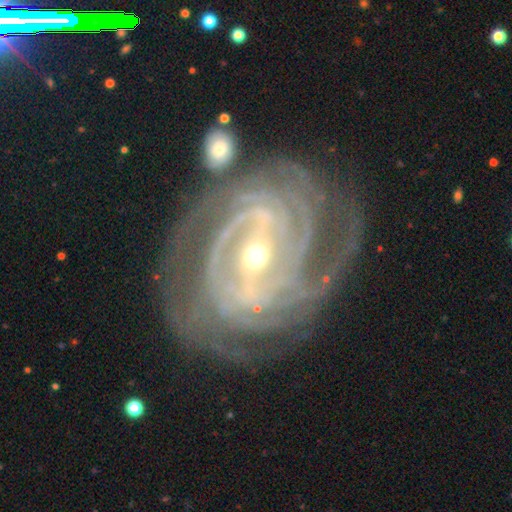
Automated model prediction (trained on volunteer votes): A featured or disk galaxy (92%) with a strong bar (50%), 4 (27%) tight (79%) spiral arms (98%) and a small central bulge (56%).

Vote fractions:
- Smooth or featured? featured or disk: 92% / star or artifact: 5% / smooth: 3%
- Edge-on disk? no: 97% / yes: 3%
- Bar? strong: 50% / weak: 35% / no: 14%
- Spiral arms? yes: 98% / no: 2%
- Spiral winding? tight: 79% / medium: 18% / loose: 3%
- Spiral arm count? 4: 27% / 3: 20% / can't tell: 20% / more than 4: 13% / 2: 13% / 1: 7%
- Bulge size? small: 56% / moderate: 41% / large: 2% / none: 1% / dominant: 1%
- Merging? none: 75% / minor disturbance: 15% / major disturbance: 7% / merger: 3%